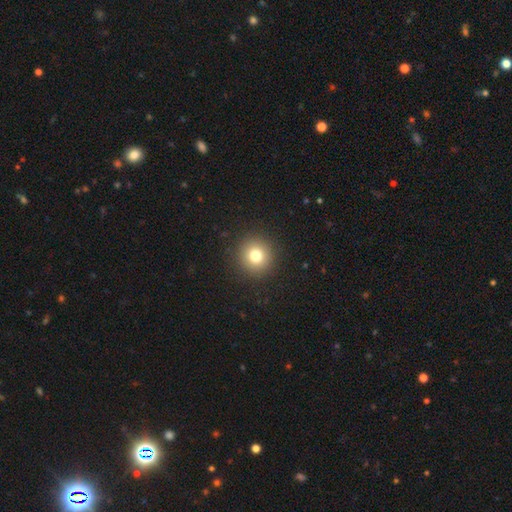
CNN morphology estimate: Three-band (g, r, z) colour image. It shows a smooth galaxy with no disk features (77%) that is round (95%). Merging: none (92%).